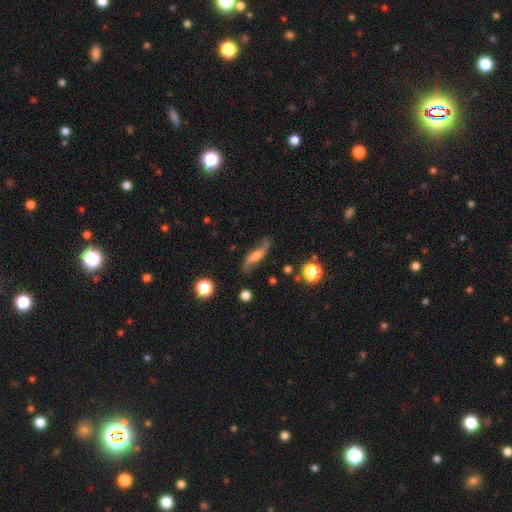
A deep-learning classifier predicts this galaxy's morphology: Smooth or featured? Predicted: featured or disk (p=0.72). Edge-on disk? Predicted: no (p=0.81). Bar? Predicted: no (p=0.44). Spiral arms? Predicted: yes (p=0.94). Spiral winding? Predicted: loose (p=0.88). Spiral arm count? Predicted: 2 (p=0.92). Bulge size? Predicted: moderate (p=0.29). Merging? Predicted: none (p=0.70).